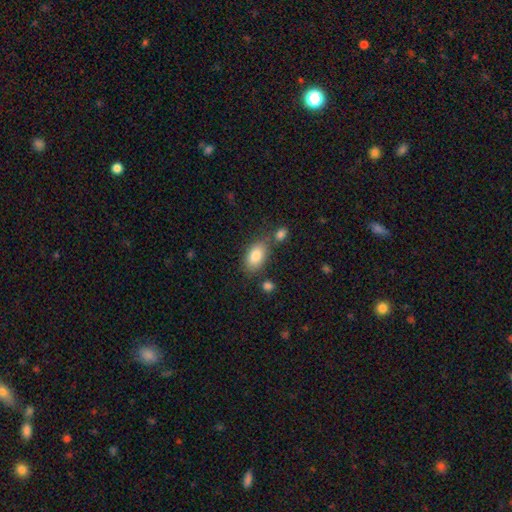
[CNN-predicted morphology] Overall: smooth (84%). How rounded: in between (91%). Merging: none (67%).